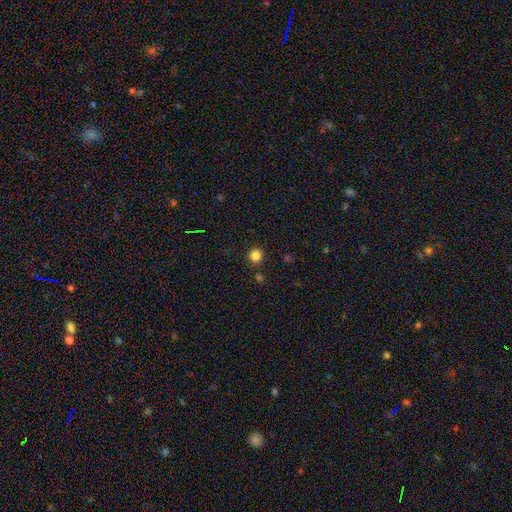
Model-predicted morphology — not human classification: Smooth or featured? smooth (82%)
How rounded? round (93%)
Merging? none (90%)